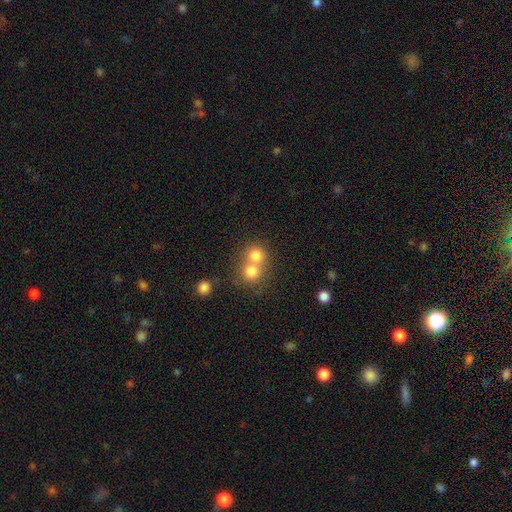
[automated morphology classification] Overall: smooth (77%). How rounded: round (85%). Merging: merger (56%; none 37%).